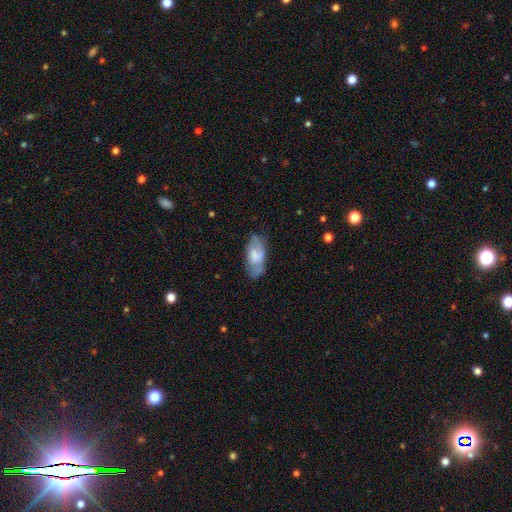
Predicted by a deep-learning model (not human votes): A smooth galaxy with no disk features (60%) that is in between round and cigar-shaped (89%). Merging: none (62%).